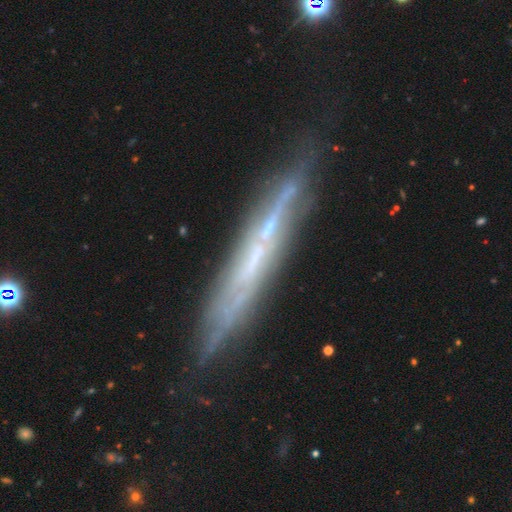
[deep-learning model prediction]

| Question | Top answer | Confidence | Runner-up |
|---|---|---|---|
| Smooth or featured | featured or disk | 72% | smooth (20%) |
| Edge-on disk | yes | 84% | no (16%) |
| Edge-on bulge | none | 79% | rounded (15%) |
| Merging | none | 76% | minor disturbance (17%) |